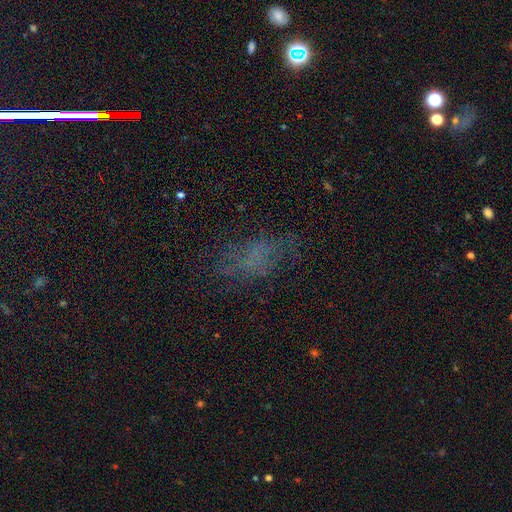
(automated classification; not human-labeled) smooth-or-featured: smooth: 41% | star or artifact: 32% | featured or disk: 28%
  merging: none: 60% | minor disturbance: 20% | major disturbance: 18% | merger: 2%